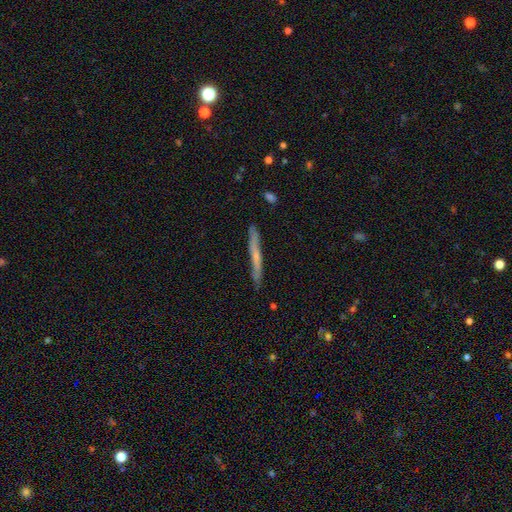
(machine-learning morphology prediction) A featured or disk galaxy (48%). Merging: none (84%).